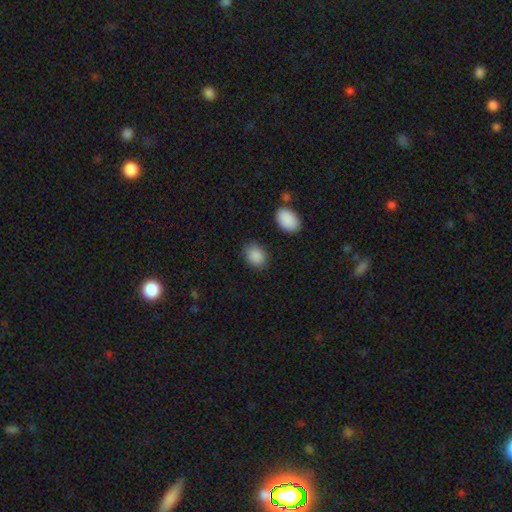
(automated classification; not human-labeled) A smooth galaxy with no disk features (89%) that is in between round and cigar-shaped (69%). Merging: none (80%).